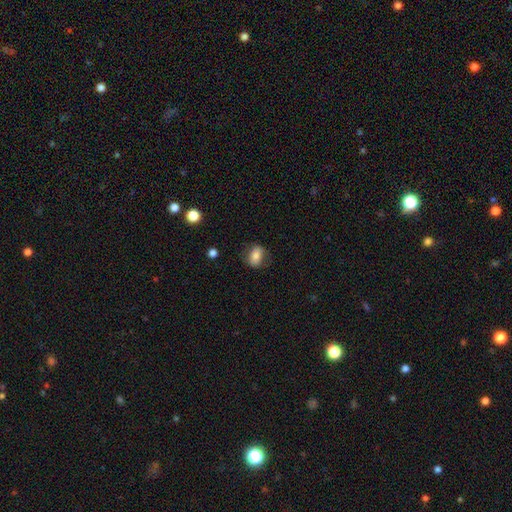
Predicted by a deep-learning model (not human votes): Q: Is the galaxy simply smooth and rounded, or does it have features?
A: smooth — 76%.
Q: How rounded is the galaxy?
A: in between — 74%.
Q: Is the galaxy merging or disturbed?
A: none — 74%.